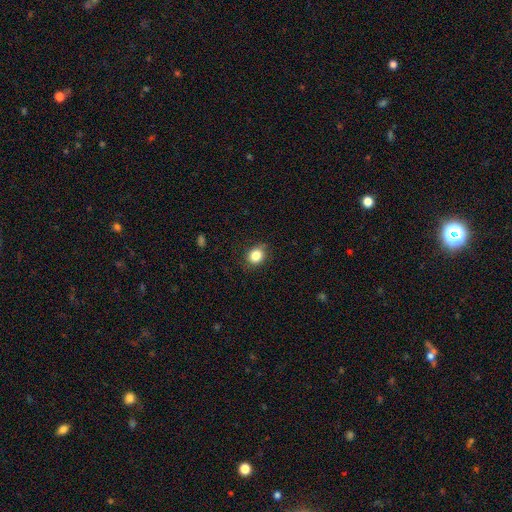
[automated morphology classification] A smooth galaxy with no disk features (85%) that is round (64%). Merging: none (82%).